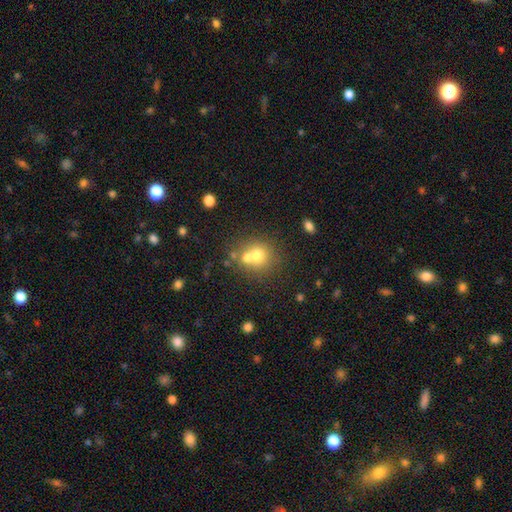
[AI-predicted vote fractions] Smooth or featured? smooth (66%)
How rounded? round (83%)
Merging? none (45%)